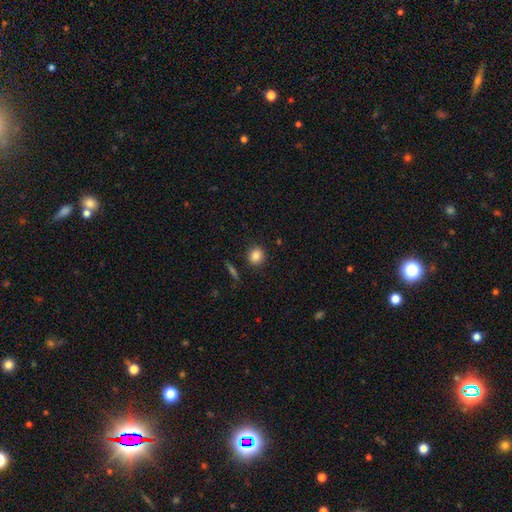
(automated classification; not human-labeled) The model was most divided on "how rounded": round: 84%, in between: 15%, cigar-shaped: 1%. More confident: merging — none (89%); smooth or featured — smooth (86%).